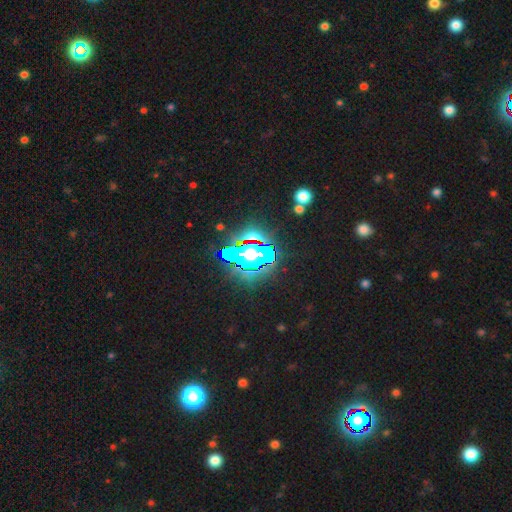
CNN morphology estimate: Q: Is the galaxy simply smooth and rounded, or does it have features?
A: star or artifact — 64%.